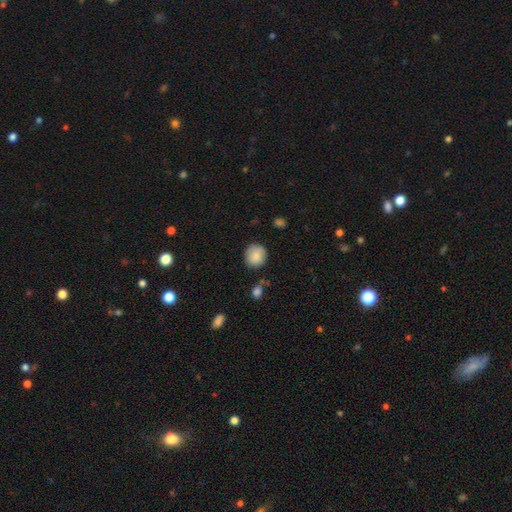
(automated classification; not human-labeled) Smooth or featured? Predicted: smooth (p=0.87). How rounded? Predicted: round (p=0.90). Merging? Predicted: none (p=0.81).